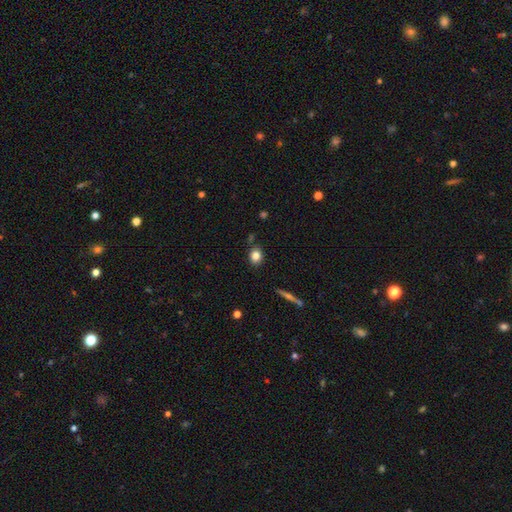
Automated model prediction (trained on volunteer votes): This appears to be a smooth galaxy with no disk features (82%) that is round (64%). Merging: none (83%).